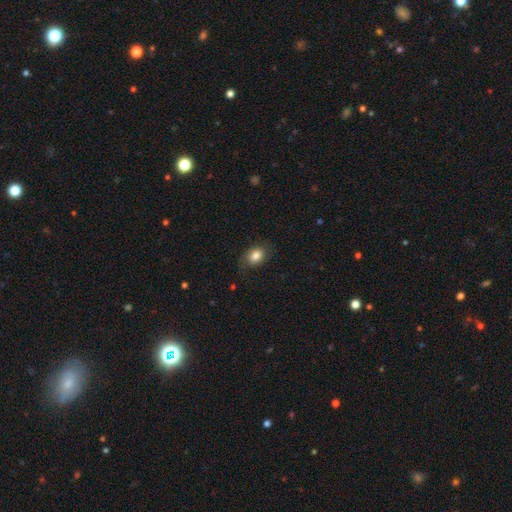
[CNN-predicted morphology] This appears to be a smooth galaxy with no disk features (81%) that is in between round and cigar-shaped (64%). Merging: none (72%).